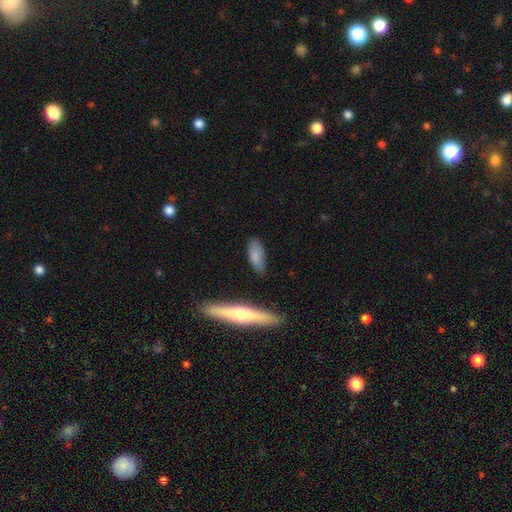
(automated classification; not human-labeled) This is likely a smooth galaxy (79%). How rounded: likely in between (74%). Merging: likely none (73%).